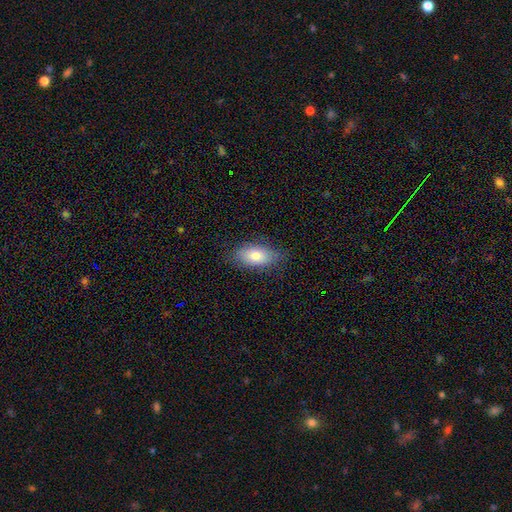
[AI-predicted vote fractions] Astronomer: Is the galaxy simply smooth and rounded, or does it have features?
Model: smooth — 77%.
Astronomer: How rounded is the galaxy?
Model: in between — 89%.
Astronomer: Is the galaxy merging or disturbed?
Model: none — 80%.